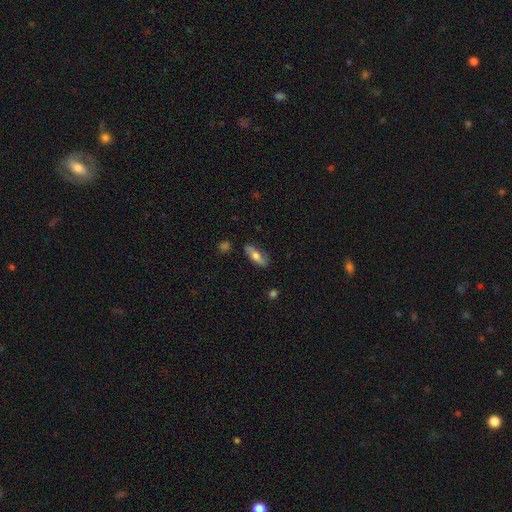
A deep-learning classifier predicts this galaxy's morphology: The model was most divided on "how rounded": in between: 57%, cigar-shaped: 40%, round: 3%. More confident: merging — none (80%); smooth or featured — smooth (60%).